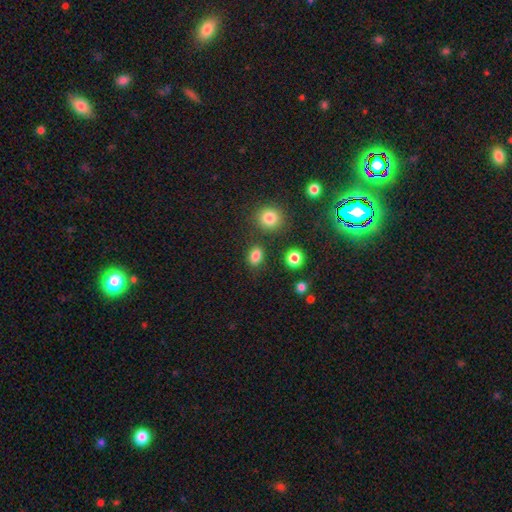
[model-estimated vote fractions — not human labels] Q: Smooth or featured?
A: smooth (83%); runner-up: star or artifact (12%)
Q: How rounded?
A: in between (69%); runner-up: round (29%)
Q: Merging?
A: none (81%); runner-up: minor disturbance (11%)